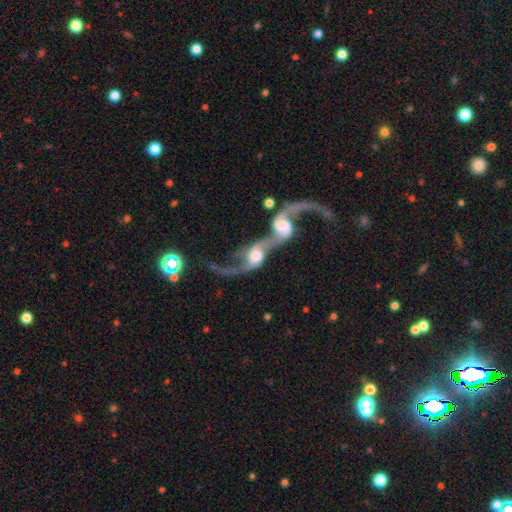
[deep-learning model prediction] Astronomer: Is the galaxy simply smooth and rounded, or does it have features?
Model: featured or disk — 77%.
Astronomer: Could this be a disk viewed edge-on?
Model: no — 91%.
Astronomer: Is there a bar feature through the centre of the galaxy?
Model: no — 51% (runner-up: weak, 32%).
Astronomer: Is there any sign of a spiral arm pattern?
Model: yes — 86%.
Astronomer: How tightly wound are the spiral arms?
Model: loose — 85%.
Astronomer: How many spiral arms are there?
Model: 2 — 79%.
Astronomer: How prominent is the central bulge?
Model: moderate — 44% (runner-up: large, 34%).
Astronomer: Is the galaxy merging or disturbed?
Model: merger — 79%.